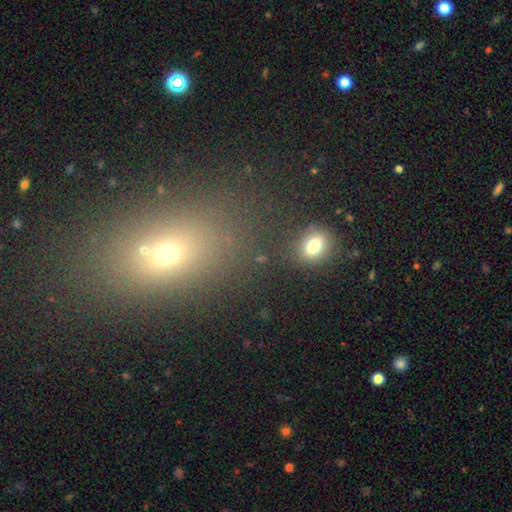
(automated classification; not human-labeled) A smooth galaxy with no disk features (51%) that is in between round and cigar-shaped (56%). Merging: none (68%).